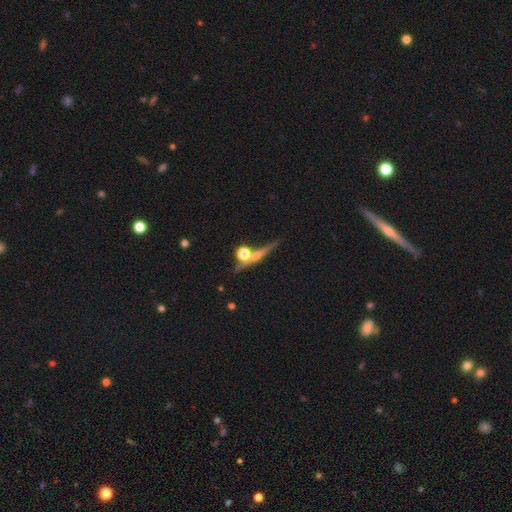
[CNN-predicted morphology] featured or disk 53%, smooth 33%, star or artifact 14%. Down the decision tree: edge-on disk — yes (89%); merging — none (67%).